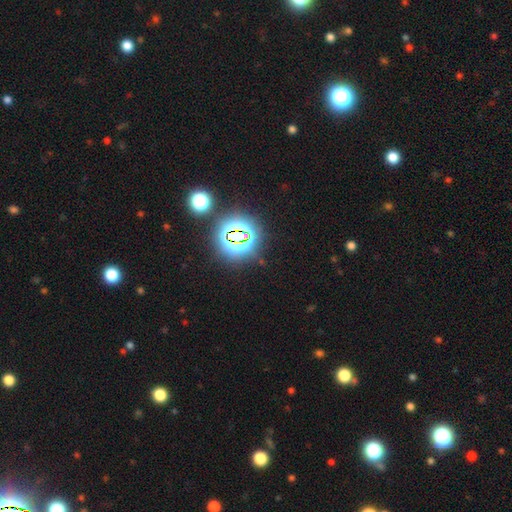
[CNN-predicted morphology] star or artifact 79%, smooth 14%, featured or disk 7%.